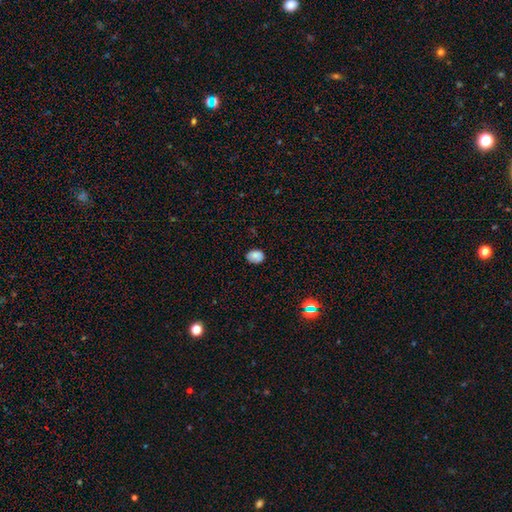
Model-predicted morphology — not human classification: smooth-or-featured: smooth: 82% | star or artifact: 10% | featured or disk: 8%
  how-rounded: in between: 62% | round: 37% | cigar-shaped: 1%
  merging: none: 77% | minor disturbance: 18% | major disturbance: 3% | merger: 1%